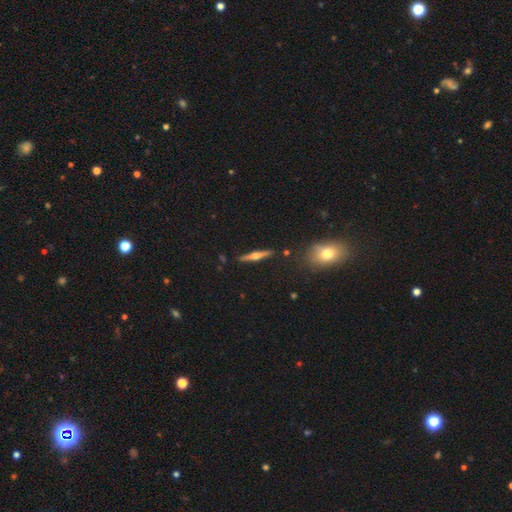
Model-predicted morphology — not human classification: smooth-or-featured: featured or disk: 70% | smooth: 24% | star or artifact: 6%
  disk-edge-on: yes: 97% | no: 3%
    edge-on-bulge: rounded: 94% | boxy: 3% | none: 3%
  merging: none: 88% | minor disturbance: 7% | merger: 2% | major disturbance: 2%